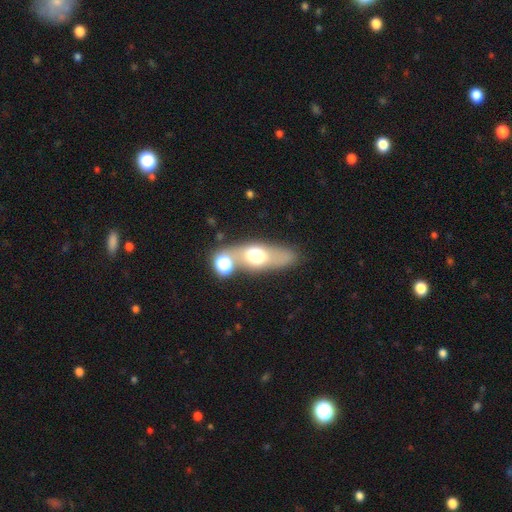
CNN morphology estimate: Q: Smooth or featured?
A: smooth (52%); runner-up: featured or disk (37%)
Q: How rounded?
A: in between (57%); runner-up: cigar-shaped (30%)
Q: Merging?
A: none (62%); runner-up: merger (19%)